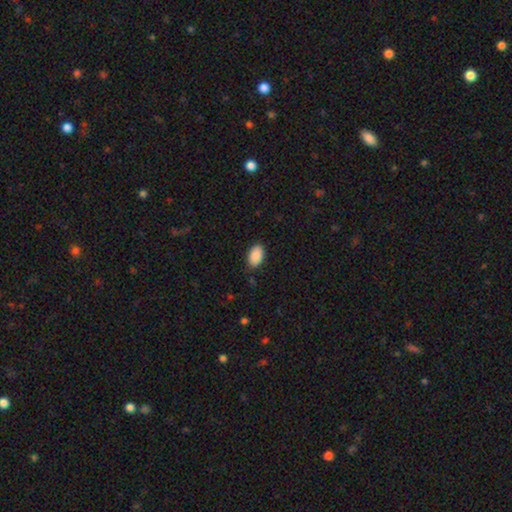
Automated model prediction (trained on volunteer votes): smooth_or_featured: smooth (p=0.90) [alt: star or artifact p=0.07]
how_rounded: in between (p=0.93) [alt: round p=0.06]
merging: none (p=0.85) [alt: minor disturbance p=0.12]